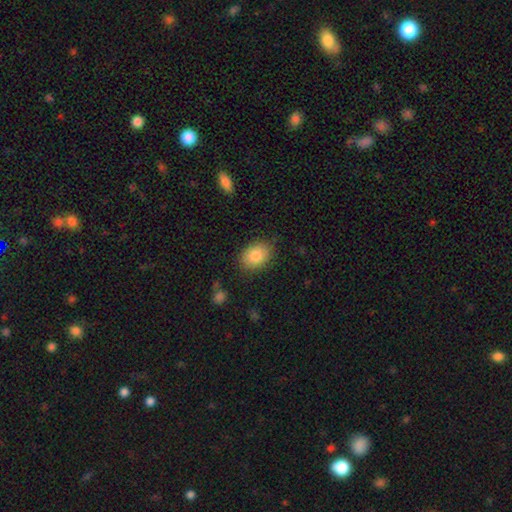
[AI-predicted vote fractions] Overall: smooth (85%). How rounded: in between (70%). Merging: none (83%).